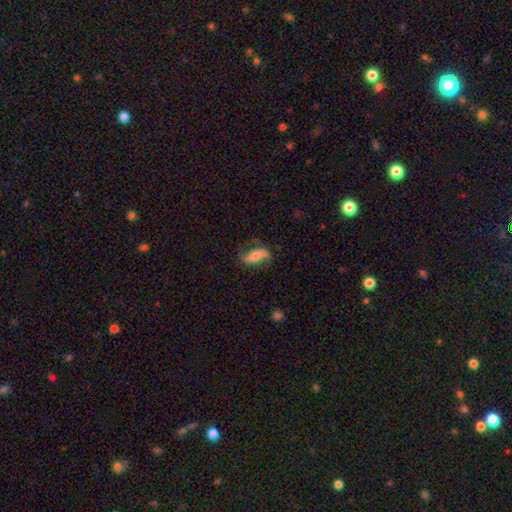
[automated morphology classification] Smooth or featured? featured or disk (58%)
Edge-on disk? no (92%)
Bar? no (46%)
Spiral arms? yes (89%)
Bulge size? moderate (38%)
Merging? none (67%)